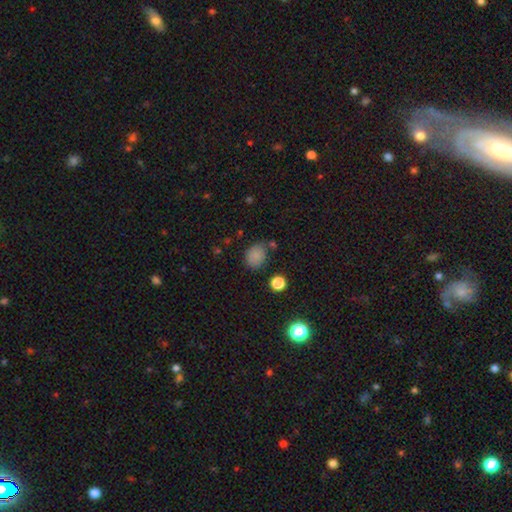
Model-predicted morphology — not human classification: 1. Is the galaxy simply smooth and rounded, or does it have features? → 81% smooth, 13% star or artifact, 5% featured or disk.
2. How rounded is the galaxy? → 59% round, 40% in between, 1% cigar-shaped.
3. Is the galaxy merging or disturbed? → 69% none, 19% minor disturbance, 7% merger, 5% major disturbance.